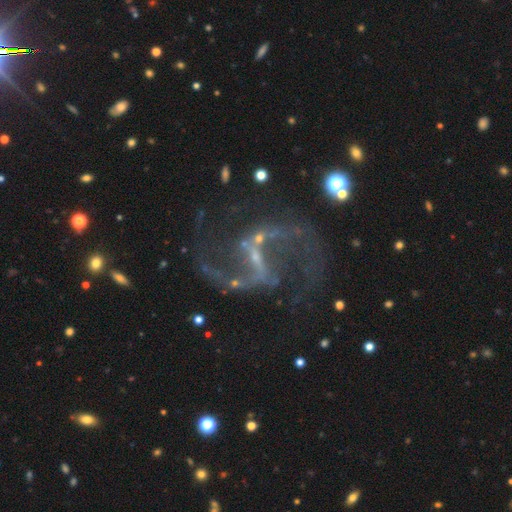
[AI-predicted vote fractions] Smooth or featured? Predicted: featured or disk (p=0.91). Edge-on disk? Predicted: no (p=0.98). Bar? Predicted: weak (p=0.43). Spiral arms? Predicted: yes (p=0.97). Spiral winding? Predicted: loose (p=0.60). Spiral arm count? Predicted: 2 (p=0.94). Bulge size? Predicted: small (p=0.65). Merging? Predicted: none (p=0.66).